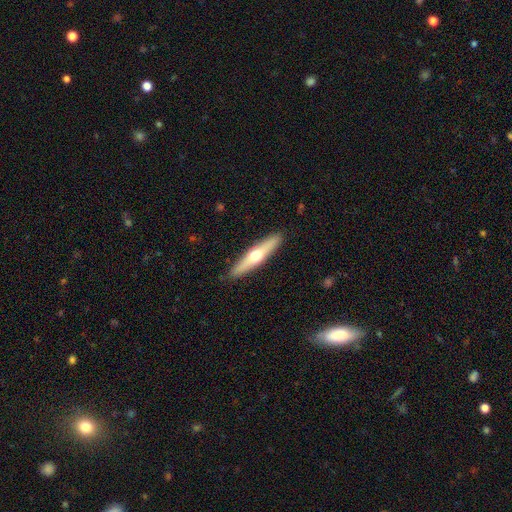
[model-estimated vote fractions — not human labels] Q: Smooth or featured?
A: featured or disk (52%); runner-up: smooth (43%)
Q: Edge-on disk?
A: yes (91%); runner-up: no (9%)
Q: Merging?
A: none (90%); runner-up: minor disturbance (7%)